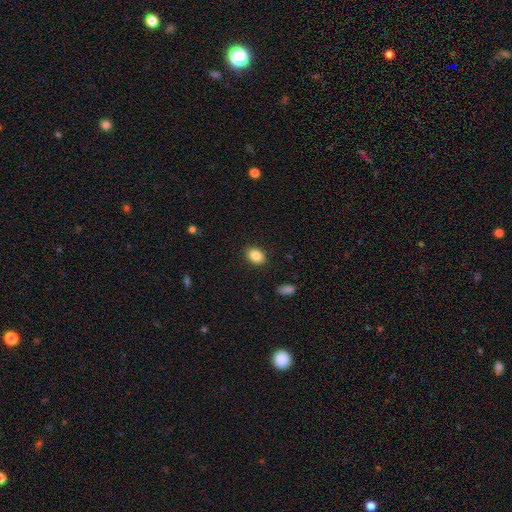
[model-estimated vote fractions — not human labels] Smooth or featured: smooth — 86% (star or artifact — 9%)
How rounded: in between — 69% (round — 30%)
Merging: none — 89% (minor disturbance — 8%)